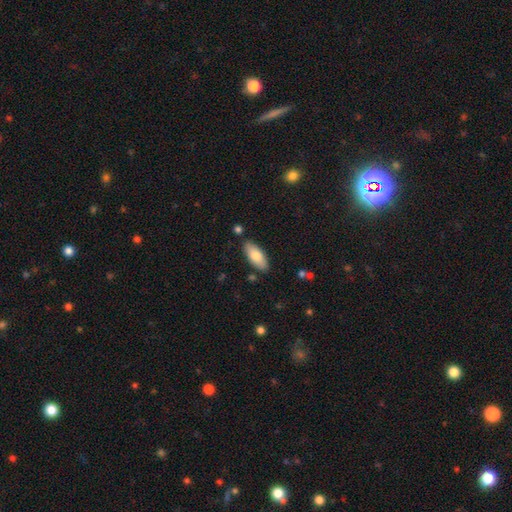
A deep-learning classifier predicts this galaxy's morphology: This appears to be a smooth galaxy with no disk features (77%) that is in between round and cigar-shaped (82%). Merging: none (84%).